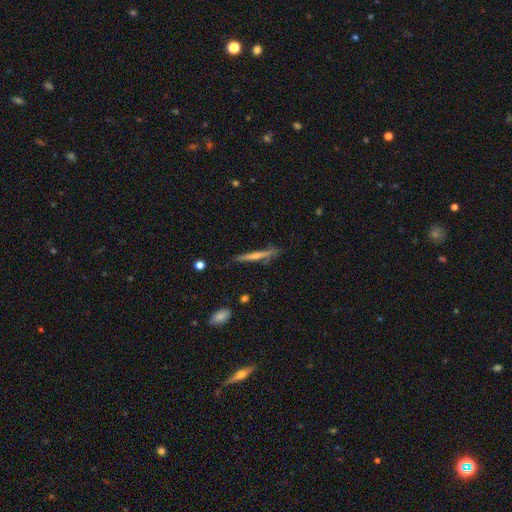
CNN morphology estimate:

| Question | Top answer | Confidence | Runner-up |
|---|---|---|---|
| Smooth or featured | featured or disk | 60% | smooth (30%) |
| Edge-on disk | yes | 94% | no (6%) |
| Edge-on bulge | rounded | 62% | none (30%) |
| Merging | none | 81% | minor disturbance (14%) |